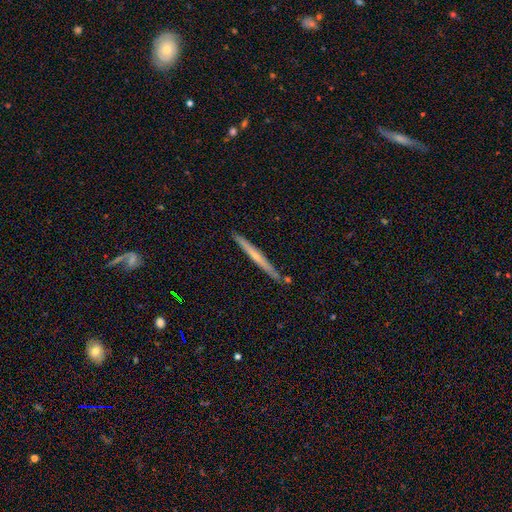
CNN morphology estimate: smooth_or_featured: featured or disk (p=0.56) [alt: smooth p=0.38]
disk_edge_on: yes (p=0.97) [alt: no p=0.03]
edge_on_bulge: none (p=0.59) [alt: rounded p=0.38]
merging: none (p=0.87) [alt: minor disturbance p=0.09]